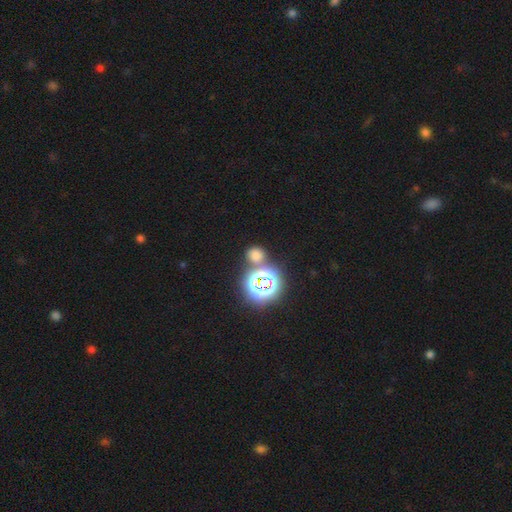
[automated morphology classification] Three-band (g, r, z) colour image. It shows a smooth galaxy with no disk features (56%) that is round (80%). Merging: none (70%).